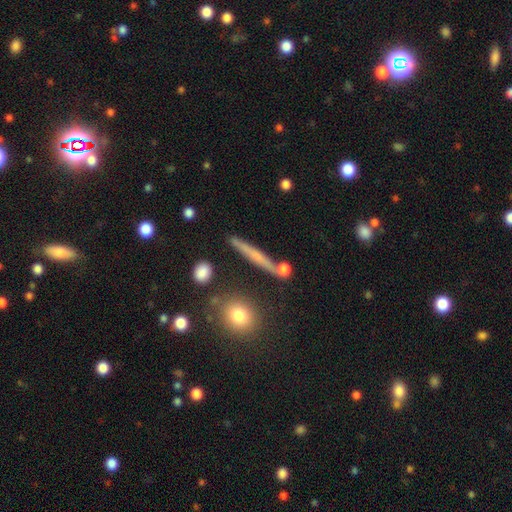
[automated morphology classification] smooth-or-featured: smooth: 45% (tied) | featured or disk: 45% (tied) | star or artifact: 10%
  merging: none: 83% | minor disturbance: 10% | merger: 5% | major disturbance: 3%